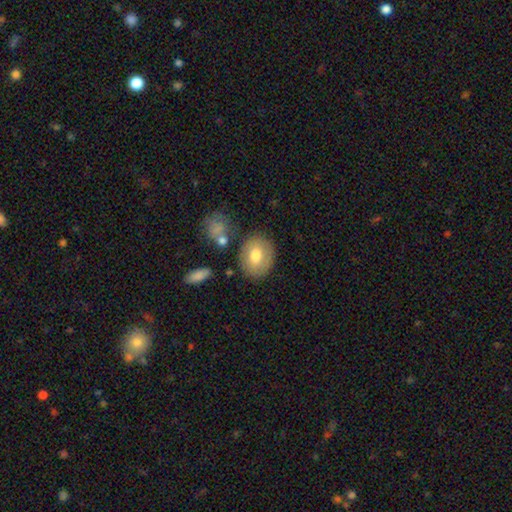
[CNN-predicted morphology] This is likely a smooth galaxy (72%). How rounded: possibly round (52%). Merging: likely none (79%).